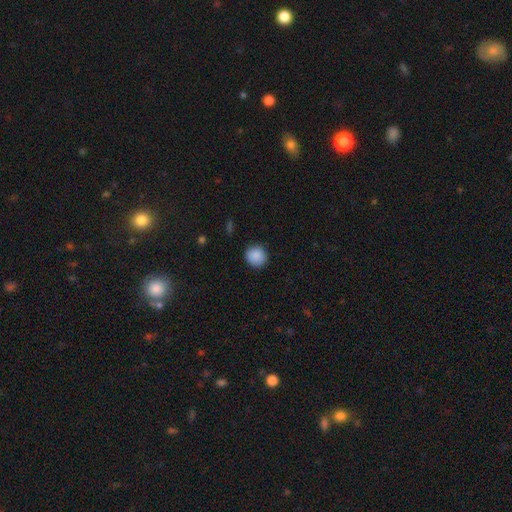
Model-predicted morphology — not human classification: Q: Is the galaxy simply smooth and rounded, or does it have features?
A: smooth — 89%.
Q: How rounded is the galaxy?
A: round — 89%.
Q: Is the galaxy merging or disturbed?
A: none — 90%.